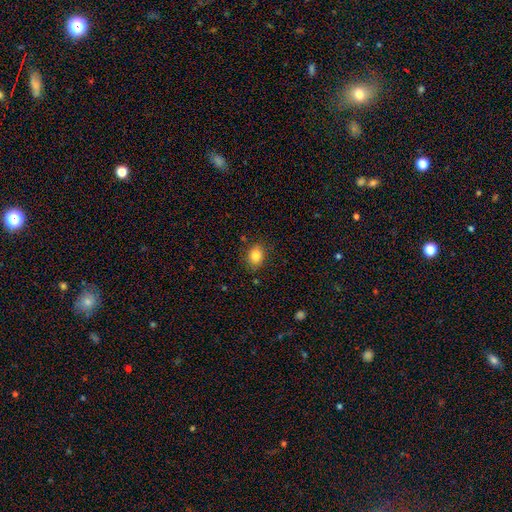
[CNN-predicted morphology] This appears to be a smooth galaxy with no disk features (85%) that is in between round and cigar-shaped (68%). Merging: none (82%).